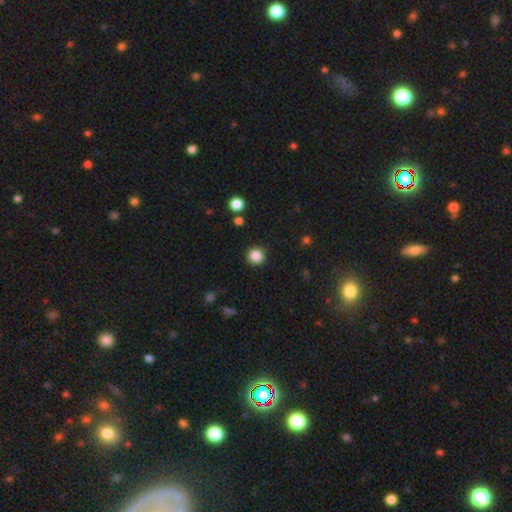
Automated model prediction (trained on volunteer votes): Smooth or featured? Predicted: smooth (p=0.86). How rounded? Predicted: round (p=0.95). Merging? Predicted: none (p=0.92).